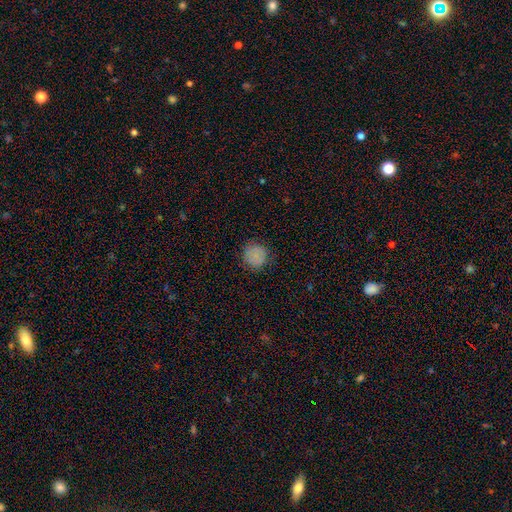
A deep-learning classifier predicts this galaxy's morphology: Smooth or featured?
  - smooth: 81% *
  - star or artifact: 11%
  - featured or disk: 8%
How rounded?
  - round: 91% *
  - in between: 8%
  - cigar-shaped: 1%
Merging?
  - none: 84% *
  - minor disturbance: 12%
  - major disturbance: 3%
  - merger: 1%